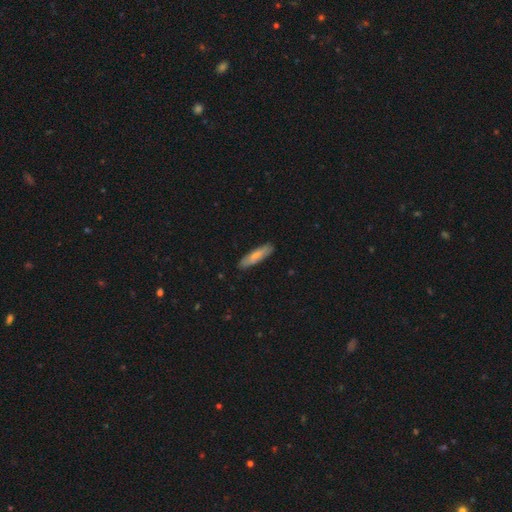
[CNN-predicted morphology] smooth 71%, featured or disk 24%, star or artifact 5%. Down the decision tree: how rounded — cigar-shaped (71%); merging — none (86%).